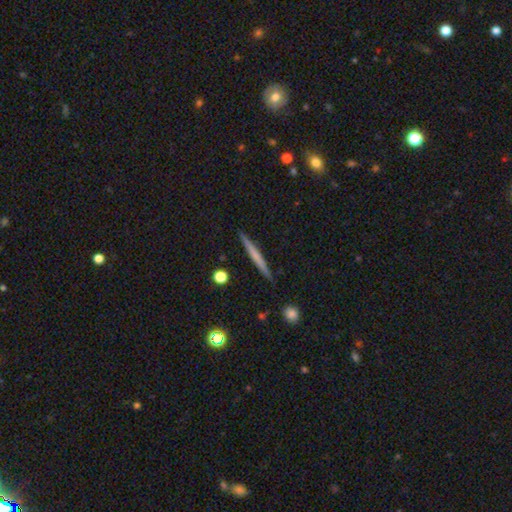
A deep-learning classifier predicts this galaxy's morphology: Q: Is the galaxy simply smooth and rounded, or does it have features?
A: smooth — 55%.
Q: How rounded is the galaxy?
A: cigar-shaped — 96%.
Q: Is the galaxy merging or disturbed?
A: none — 90%.